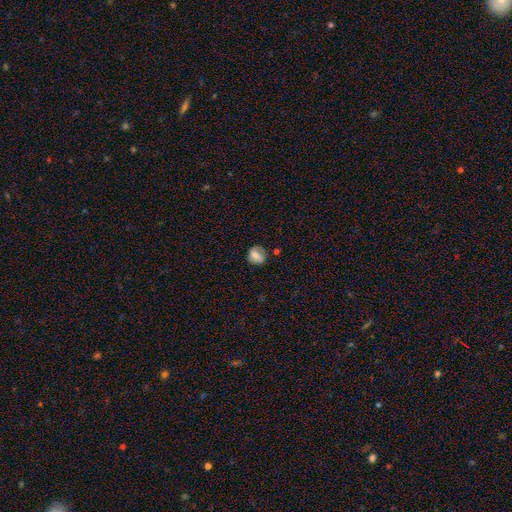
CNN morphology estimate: smooth 70%, featured or disk 20%, star or artifact 10%. Down the decision tree: how rounded — round (72%); merging — none (67%).